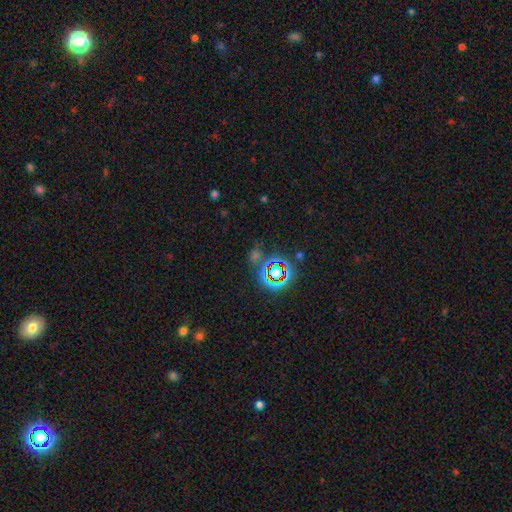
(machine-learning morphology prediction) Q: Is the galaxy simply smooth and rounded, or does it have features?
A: star or artifact — 69%.